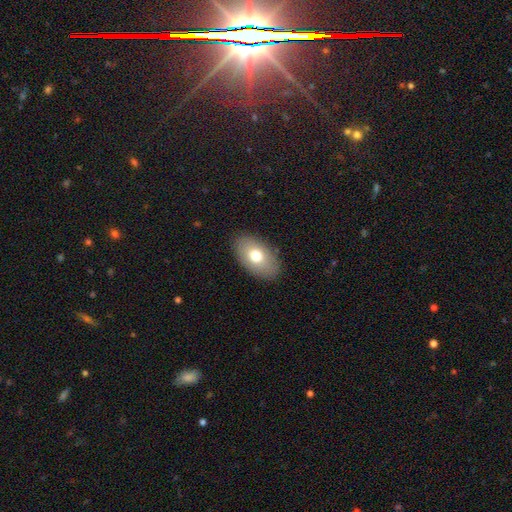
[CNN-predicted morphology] smooth_or_featured: smooth (p=0.72) [alt: featured or disk p=0.20]
how_rounded: in between (p=0.92) [alt: round p=0.07]
merging: none (p=0.87) [alt: minor disturbance p=0.09]